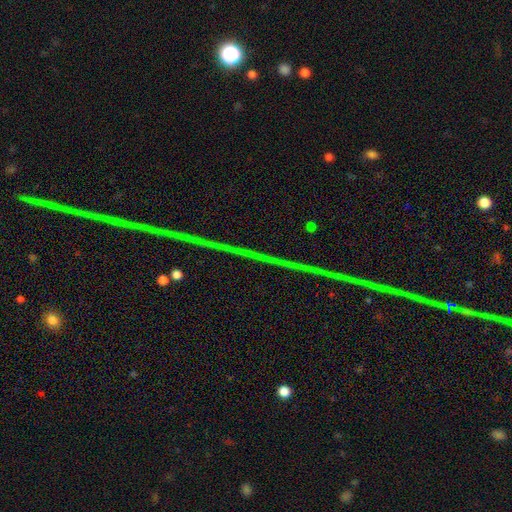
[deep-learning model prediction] Smooth or featured? Predicted: star or artifact (p=0.87).